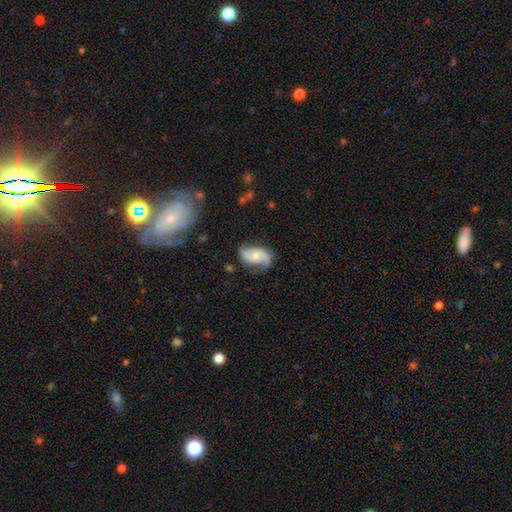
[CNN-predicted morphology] Q: Smooth or featured?
A: featured or disk (65%); runner-up: smooth (28%)
Q: Edge-on disk?
A: no (97%); runner-up: yes (3%)
Q: Bar?
A: no (57%); runner-up: weak (34%)
Q: Spiral arms?
A: yes (92%); runner-up: no (8%)
Q: Spiral winding?
A: loose (41%); runner-up: medium (40%)
Q: Spiral arm count?
A: 2 (76%); runner-up: 1 (15%)
Q: Bulge size?
A: moderate (38%); runner-up: small (36%)
Q: Merging?
A: none (58%); runner-up: minor disturbance (26%)